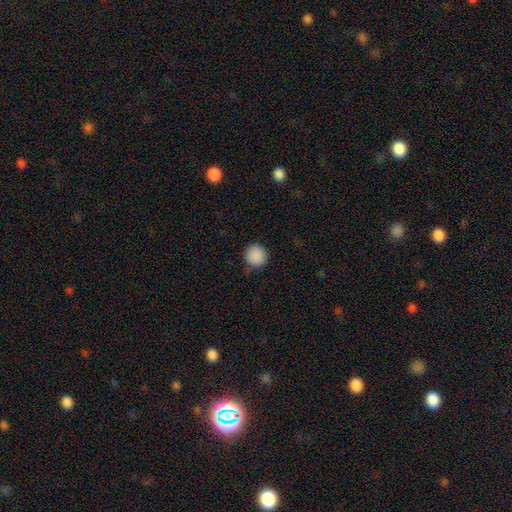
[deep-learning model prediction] This appears to be a smooth galaxy with no disk features (89%) that is round (93%). Merging: none (86%).